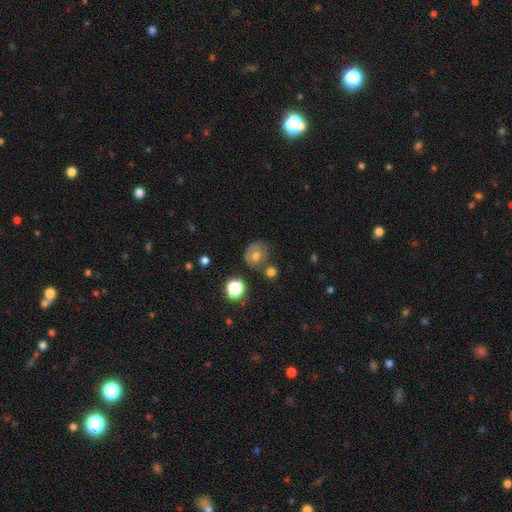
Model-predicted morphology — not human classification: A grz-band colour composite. It shows a smooth galaxy with no disk features (59%) that is round (78%). Merging: none (58%).